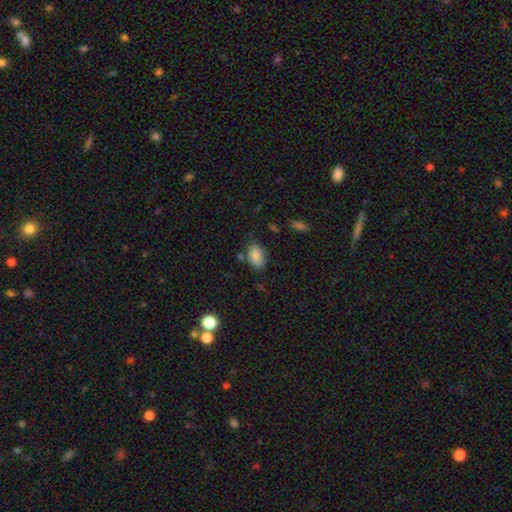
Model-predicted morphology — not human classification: This is clearly a smooth galaxy (85%). How rounded: clearly in between (89%). Merging: likely none (63%).